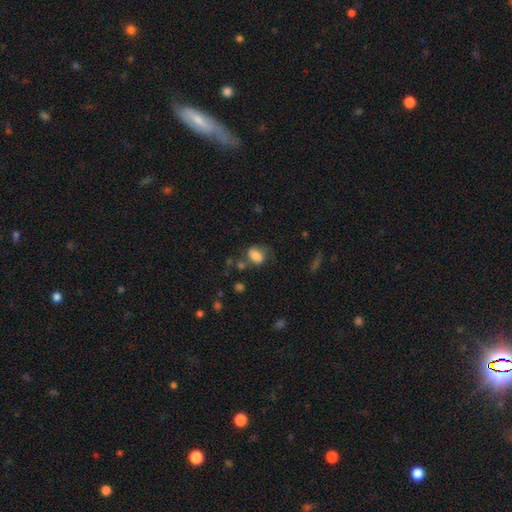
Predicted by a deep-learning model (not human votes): Smooth or featured: smooth — 74% (featured or disk — 17%)
How rounded: in between — 64% (round — 35%)
Merging: none — 46% (minor disturbance — 28%)